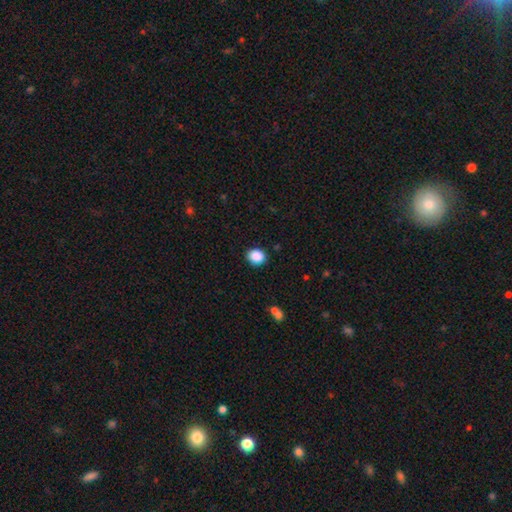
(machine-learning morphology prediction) This appears to be a smooth galaxy with no disk features (89%) that is round (66%). Merging: none (89%).